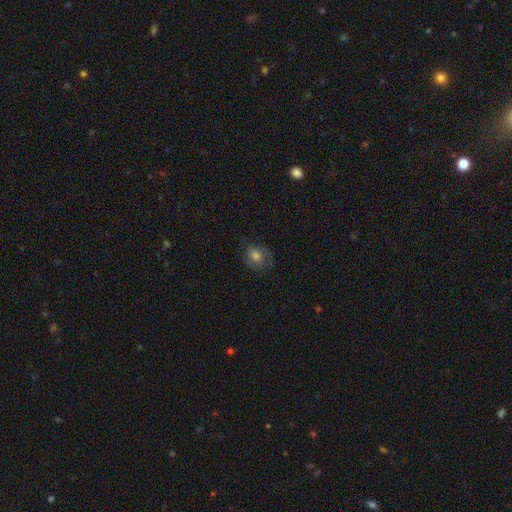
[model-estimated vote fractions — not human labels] This is likely a smooth galaxy (60%). How rounded: likely round (76%). Merging: likely none (74%).